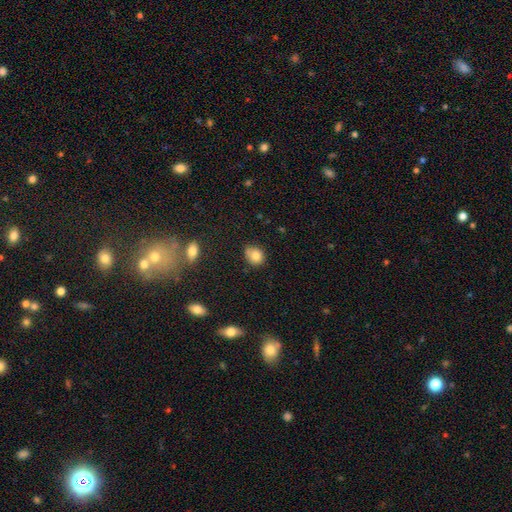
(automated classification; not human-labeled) Overall: smooth (80%). How rounded: round (64%; in between 35%). Merging: none (67%).